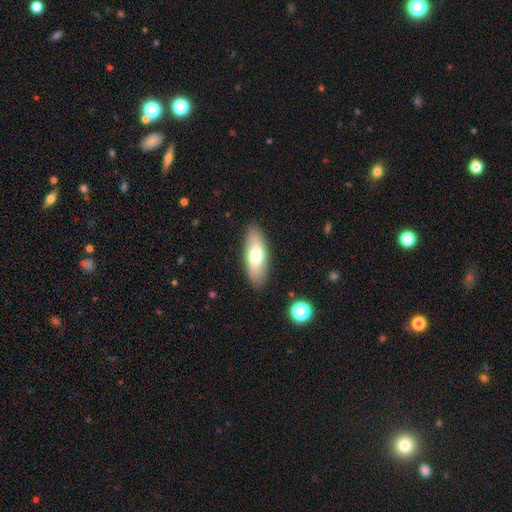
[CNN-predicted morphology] Smooth or featured? smooth (68%)
How rounded? in between (72%)
Merging? none (88%)